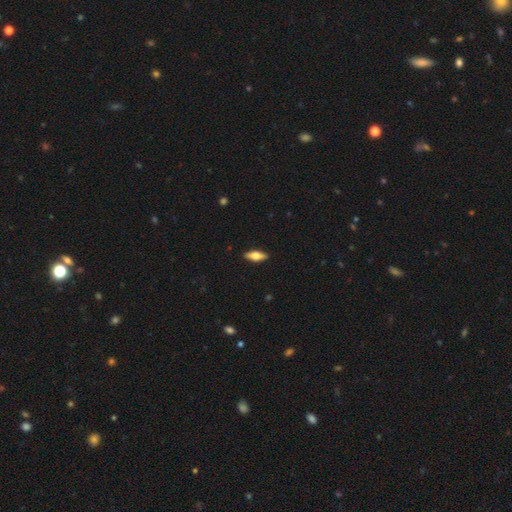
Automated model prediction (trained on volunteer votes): smooth_or_featured: smooth (p=0.55) [alt: featured or disk p=0.39]
how_rounded: in between (p=0.62) [alt: cigar-shaped p=0.35]
merging: none (p=0.90) [alt: minor disturbance p=0.07]